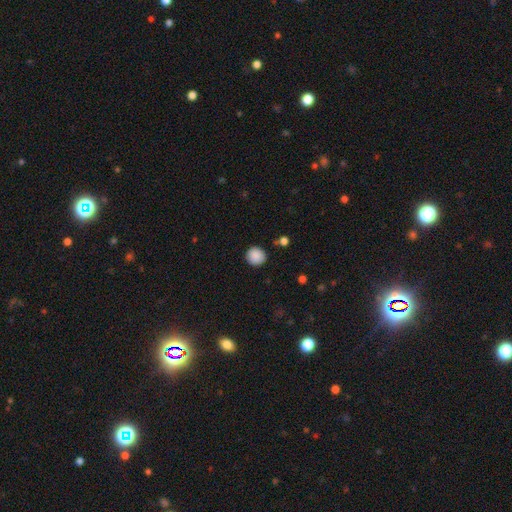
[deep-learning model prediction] Overall: smooth (89%). How rounded: round (91%). Merging: none (89%).